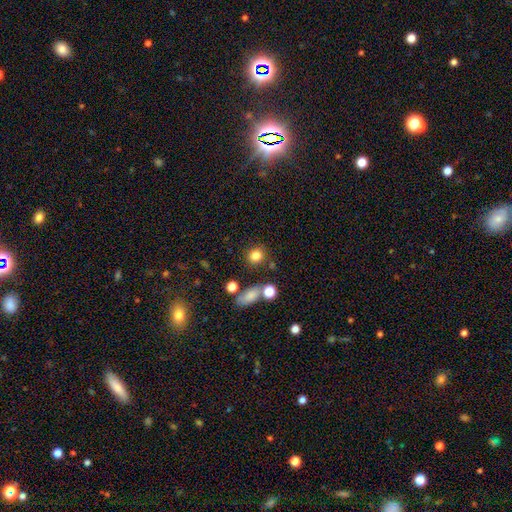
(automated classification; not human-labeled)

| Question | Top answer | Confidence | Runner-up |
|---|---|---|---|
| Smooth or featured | smooth | 81% | star or artifact (12%) |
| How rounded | round | 82% | in between (17%) |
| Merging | none | 80% | minor disturbance (9%) |